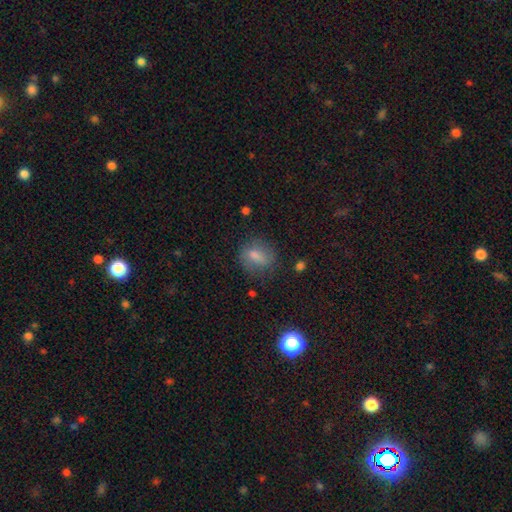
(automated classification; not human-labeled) Q: Smooth or featured?
A: smooth (69%); runner-up: featured or disk (18%)
Q: How rounded?
A: round (49%); tied with: in between (49%)
Q: Merging?
A: none (72%); runner-up: minor disturbance (19%)